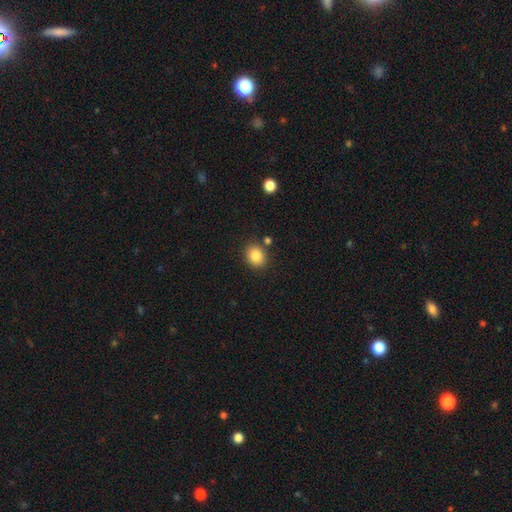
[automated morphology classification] type=smooth (85%); roundness=round (56%); merging=none (82%).